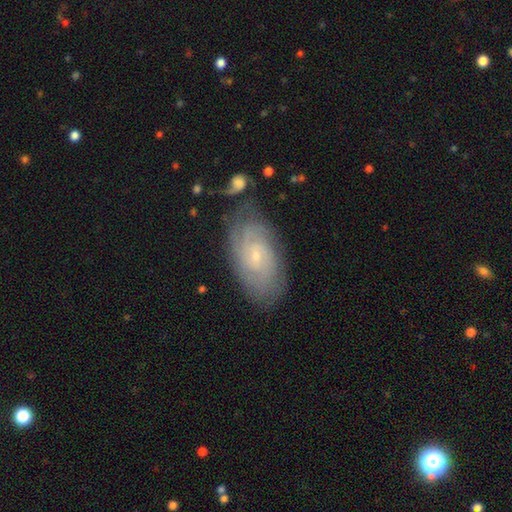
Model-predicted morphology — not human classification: A featured or disk galaxy (72%) with no bar (68%), tight (69%) spiral arms (91%) and a small central bulge (79%). Merging: none (71%).